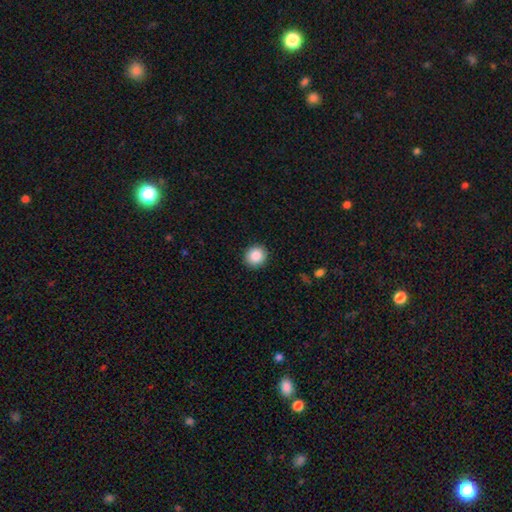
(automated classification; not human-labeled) smooth_or_featured: smooth (p=0.88) [alt: star or artifact p=0.09]
how_rounded: round (p=0.90) [alt: in between p=0.09]
merging: none (p=0.91) [alt: minor disturbance p=0.06]